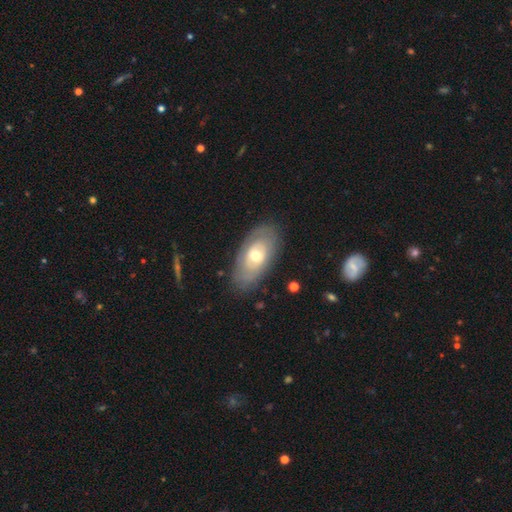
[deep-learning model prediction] This is possibly a featured or disk galaxy (56%). It is clearly not viewed edge-on (89%). Merging: likely none (80%).